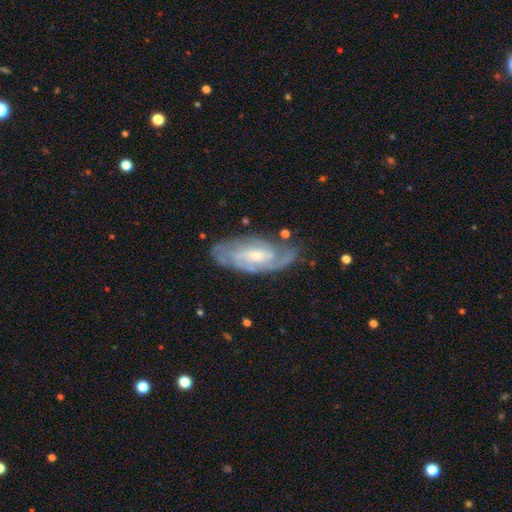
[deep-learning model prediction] Morphology: type=featured or disk (85%); edge-on=no (93%); bar=no (50%); spiral arms=yes (95%); winding=tight (56%); arm count=2 (43%); bulge=small (63%); merging=none (72%).